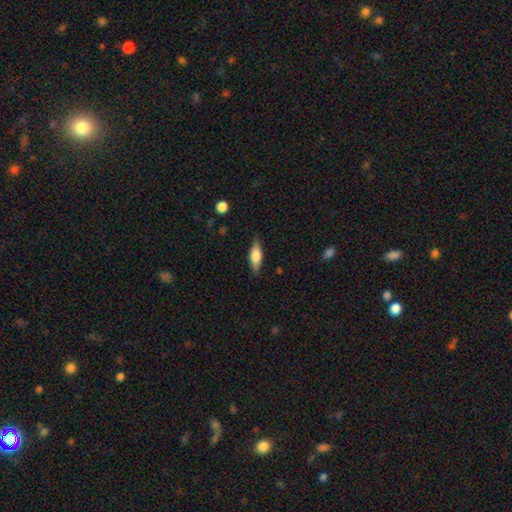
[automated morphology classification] Smooth or featured: smooth — 69% (featured or disk — 24%)
How rounded: in between — 64% (cigar-shaped — 34%)
Merging: none — 82% (minor disturbance — 14%)